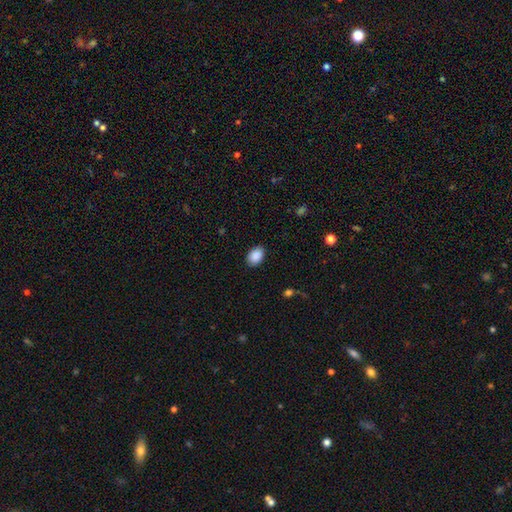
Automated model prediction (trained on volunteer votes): Morphology: type=smooth (90%); roundness=in between (84%); merging=none (88%).